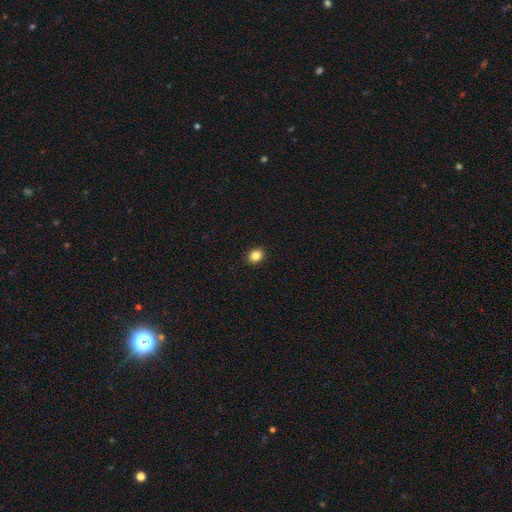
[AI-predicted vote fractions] A smooth galaxy with no disk features (85%) that is round (59%).

Vote fractions:
- Smooth or featured? smooth: 85% / star or artifact: 11% / featured or disk: 5%
- How rounded? round: 59% / in between: 40% / cigar-shaped: 1%
- Merging? none: 92% / minor disturbance: 6% / major disturbance: 2% / merger: 1%